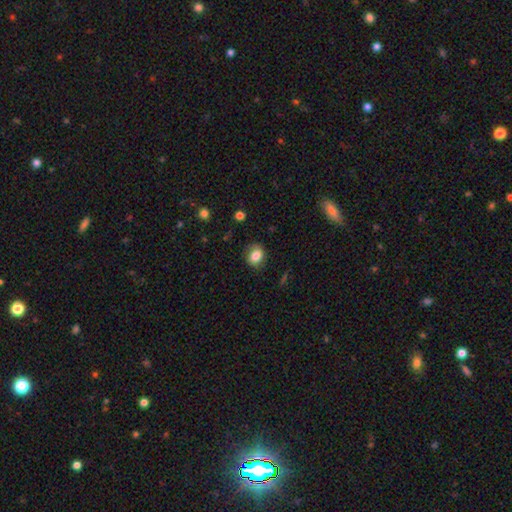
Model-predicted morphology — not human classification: A smooth galaxy with no disk features (81%) that is in between round and cigar-shaped (51%).

Vote fractions:
- Smooth or featured? smooth: 81% / featured or disk: 10% / star or artifact: 9%
- How rounded? in between: 51% / round: 48% / cigar-shaped: 1%
- Merging? none: 75% / minor disturbance: 18% / major disturbance: 5% / merger: 1%